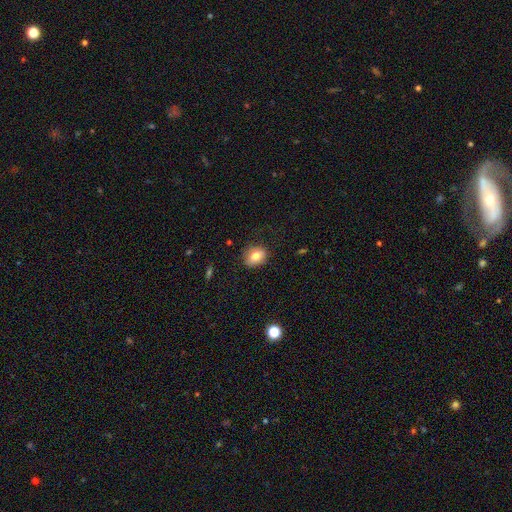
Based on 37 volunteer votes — Smooth or featured? smooth (78%)
How rounded? in between (59%)
Merging? none (74%)